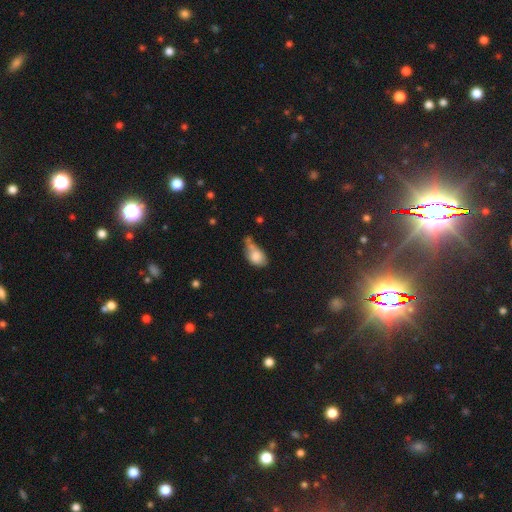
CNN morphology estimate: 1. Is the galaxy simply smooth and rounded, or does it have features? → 77% smooth, 14% featured or disk, 9% star or artifact.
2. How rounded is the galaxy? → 82% in between, 16% round, 2% cigar-shaped.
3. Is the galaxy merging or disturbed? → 29% minor disturbance, 28% merger, 27% none, 17% major disturbance.